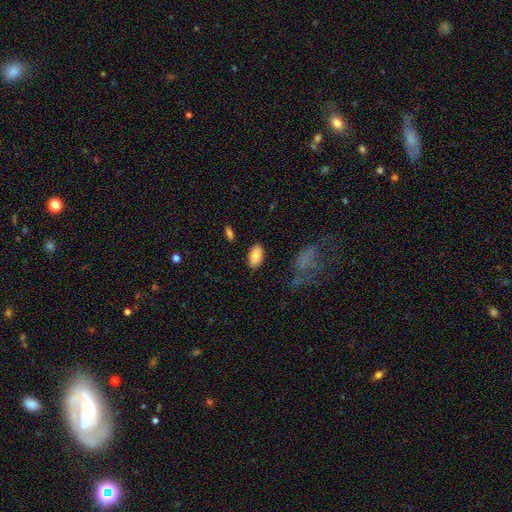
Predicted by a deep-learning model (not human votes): Morphology: type=smooth (85%); roundness=in between (94%); merging=none (84%).